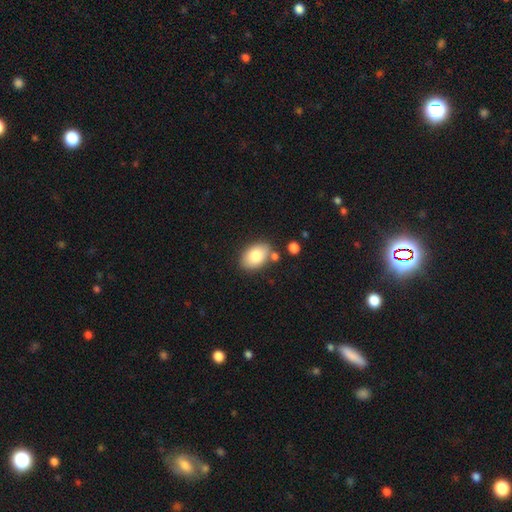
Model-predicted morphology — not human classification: A smooth galaxy with no disk features (81%) that is in between round and cigar-shaped (87%). Merging: none (77%).